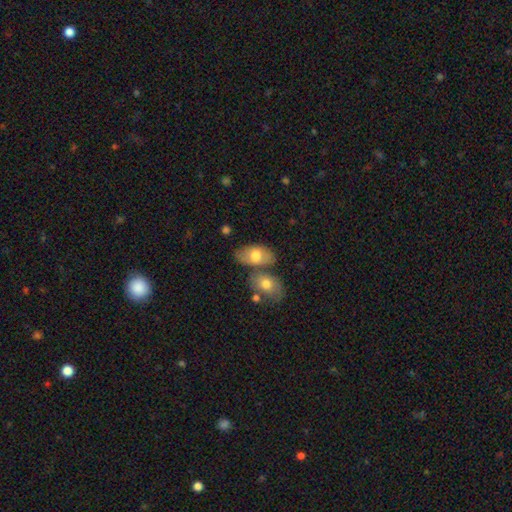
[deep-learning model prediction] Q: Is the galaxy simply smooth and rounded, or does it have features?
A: smooth — 71%.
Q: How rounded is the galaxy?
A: in between — 92%.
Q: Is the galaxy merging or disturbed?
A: none — 49%.